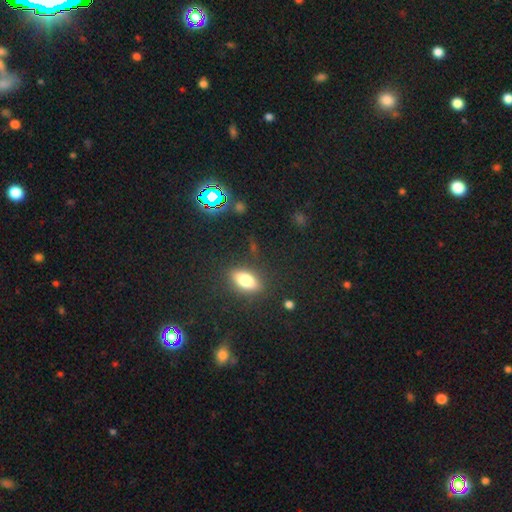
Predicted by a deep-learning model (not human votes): Morphology: type=smooth (57%); roundness=in between (70%); merging=none (86%).